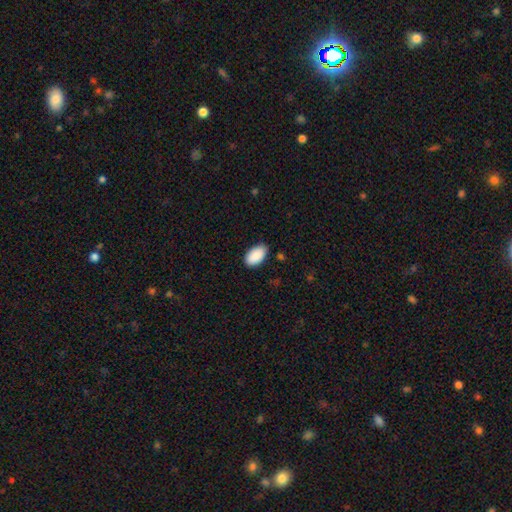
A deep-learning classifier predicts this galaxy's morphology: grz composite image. It shows a smooth galaxy with no disk features (91%) that is in between round and cigar-shaped (95%). Merging: none (82%).